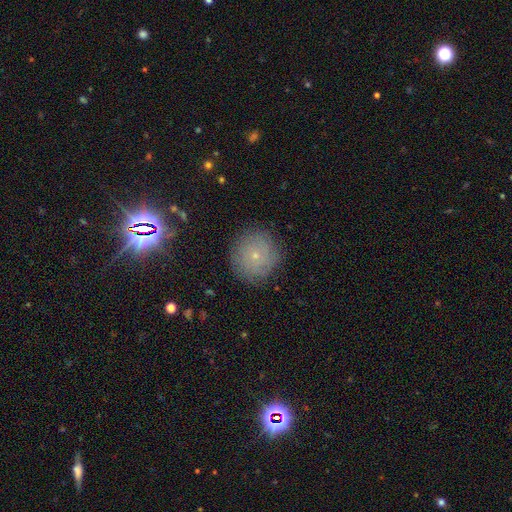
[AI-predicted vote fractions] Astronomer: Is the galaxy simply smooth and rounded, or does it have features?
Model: smooth — 50% (runner-up: featured or disk, 34%).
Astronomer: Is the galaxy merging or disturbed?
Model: none — 84%.